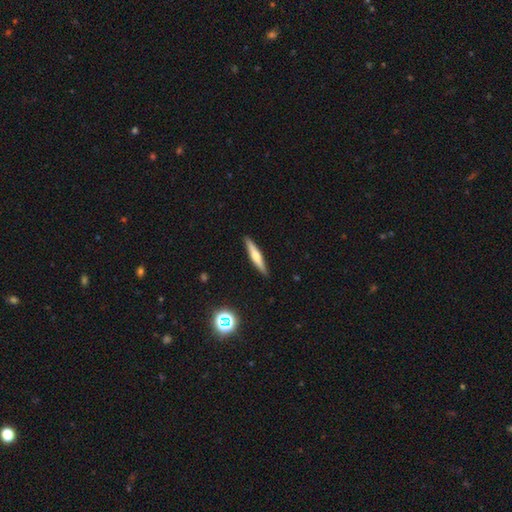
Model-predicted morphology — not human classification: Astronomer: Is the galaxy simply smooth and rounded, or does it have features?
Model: featured or disk — 50% (runner-up: smooth, 43%).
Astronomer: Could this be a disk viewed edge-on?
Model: yes — 95%.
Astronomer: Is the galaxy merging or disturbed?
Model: none — 90%.